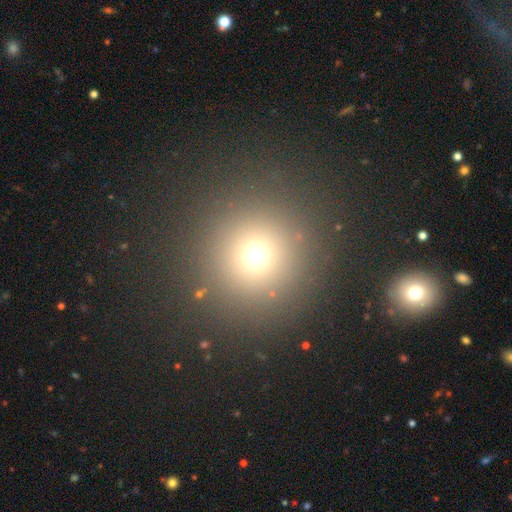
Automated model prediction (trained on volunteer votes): This appears to be a smooth galaxy with no disk features (68%) that is round (95%). Merging: none (87%).